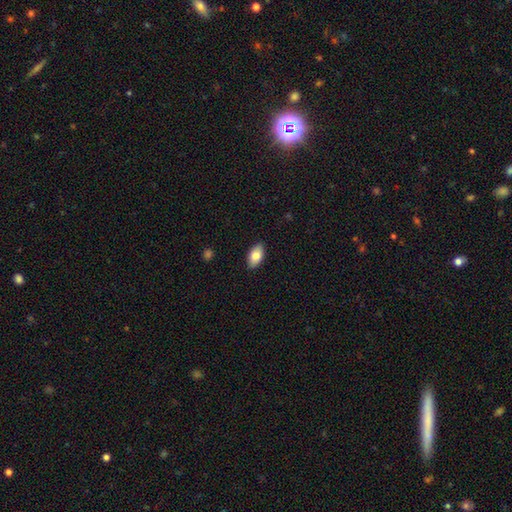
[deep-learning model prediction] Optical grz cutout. It shows a smooth galaxy with no disk features (81%) that is in between round and cigar-shaped (94%). Merging: none (89%).